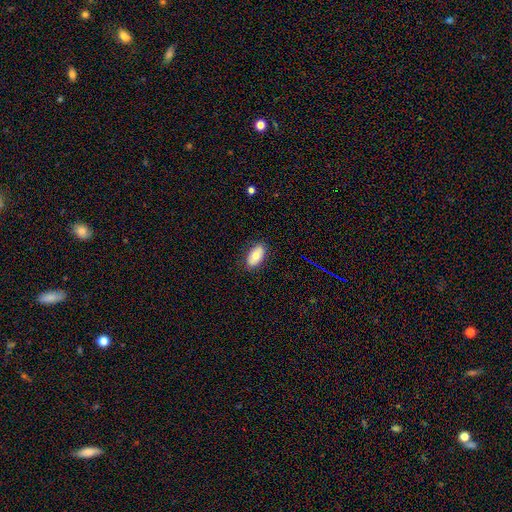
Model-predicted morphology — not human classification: Smooth or featured?
  - smooth: 73% *
  - featured or disk: 20%
  - star or artifact: 8%
How rounded?
  - in between: 93% *
  - round: 4%
  - cigar-shaped: 3%
Merging?
  - none: 84% *
  - minor disturbance: 12%
  - major disturbance: 3%
  - merger: 1%